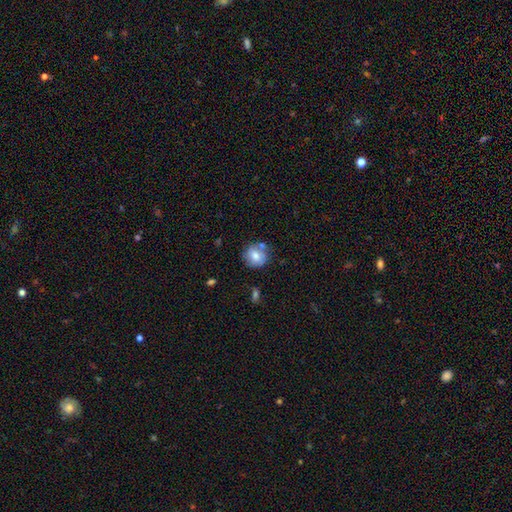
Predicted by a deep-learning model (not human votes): smooth-or-featured: smooth: 71% | featured or disk: 20% | star or artifact: 9%
  how-rounded: round: 87% | in between: 12% | cigar-shaped: 1%
  merging: none: 67% | minor disturbance: 16% | merger: 13% | major disturbance: 4%